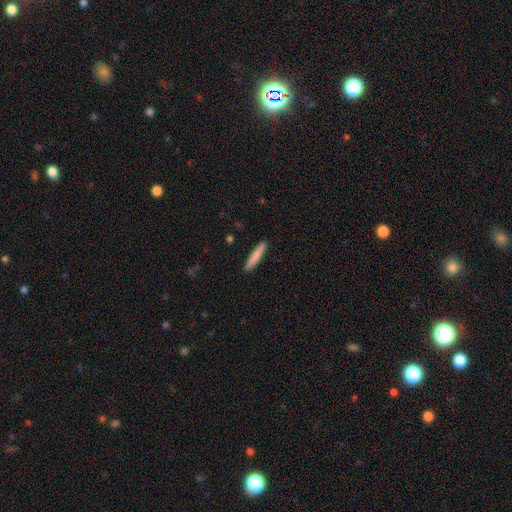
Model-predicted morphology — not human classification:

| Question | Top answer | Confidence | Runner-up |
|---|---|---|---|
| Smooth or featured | smooth | 83% | featured or disk (12%) |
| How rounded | cigar-shaped | 92% | in between (7%) |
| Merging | none | 91% | minor disturbance (7%) |